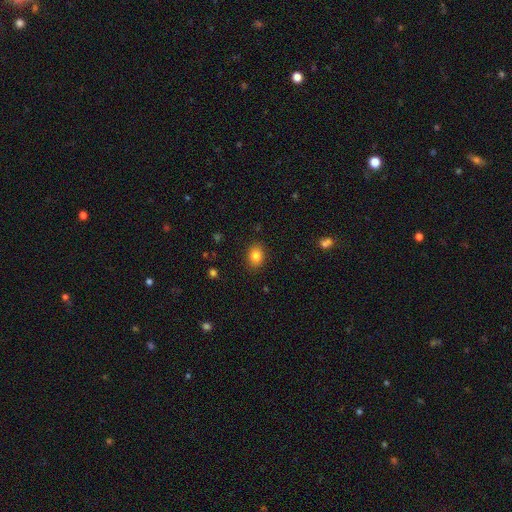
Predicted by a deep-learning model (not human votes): This appears to be a smooth galaxy with no disk features (83%) that is in between round and cigar-shaped (60%). Merging: none (88%).